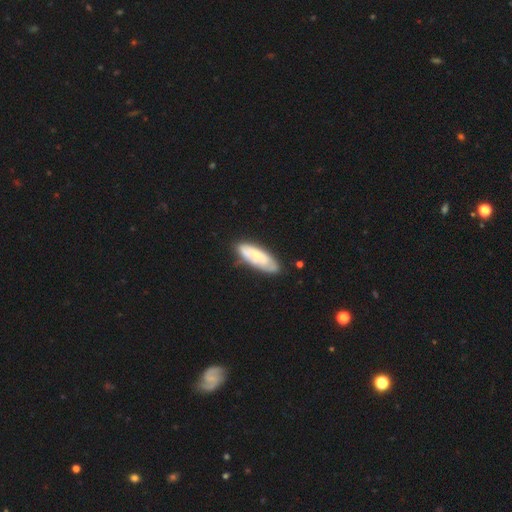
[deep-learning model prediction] Q: Smooth or featured?
A: smooth (59%); runner-up: featured or disk (35%)
Q: How rounded?
A: in between (56%); runner-up: cigar-shaped (42%)
Q: Merging?
A: none (72%); runner-up: minor disturbance (20%)